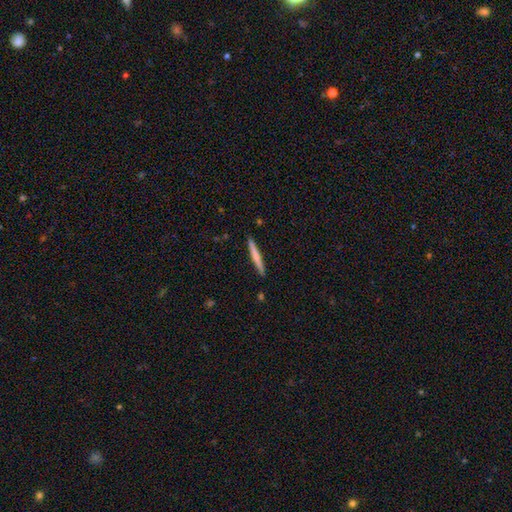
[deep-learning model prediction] A smooth galaxy with no disk features (63%) that is cigar-shaped (97%). Merging: none (91%).